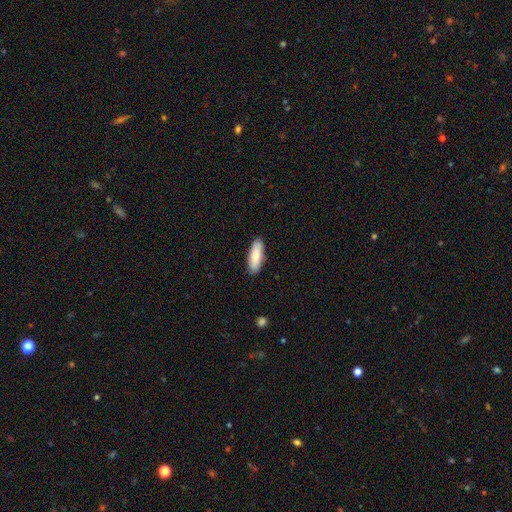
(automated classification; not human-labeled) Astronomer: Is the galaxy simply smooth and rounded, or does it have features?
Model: smooth — 84%.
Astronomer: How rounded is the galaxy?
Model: in between — 64%.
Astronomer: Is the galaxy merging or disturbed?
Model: none — 88%.